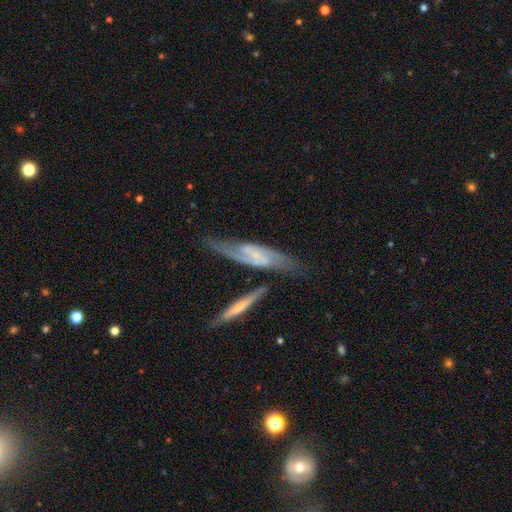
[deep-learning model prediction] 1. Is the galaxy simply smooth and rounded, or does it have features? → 81% featured or disk, 14% smooth, 5% star or artifact.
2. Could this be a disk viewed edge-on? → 78% no, 22% yes.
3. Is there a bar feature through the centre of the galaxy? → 43% weak, 36% no, 21% strong.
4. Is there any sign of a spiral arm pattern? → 93% yes, 7% no.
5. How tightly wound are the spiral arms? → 49% medium, 28% loose, 23% tight.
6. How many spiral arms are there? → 86% 2, 8% can't tell, 3% 1, 2% 3, 1% 4, 1% more than 4.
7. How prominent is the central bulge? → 64% small, 17% moderate, 17% none, 2% large, 1% dominant.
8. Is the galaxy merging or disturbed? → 60% none, 18% minor disturbance, 13% merger, 8% major disturbance.